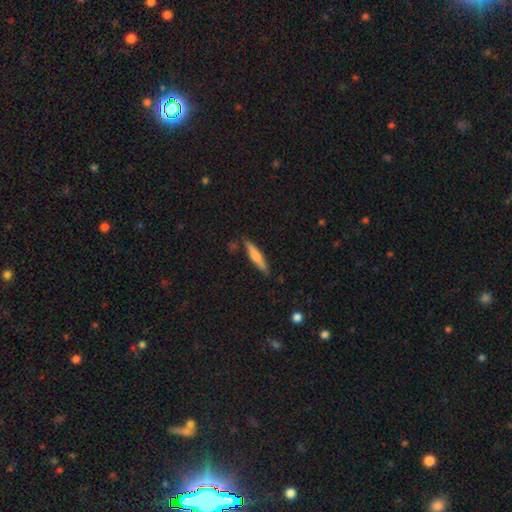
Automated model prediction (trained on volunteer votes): Morphology: type=smooth (62%); roundness=cigar-shaped (89%); merging=none (83%).